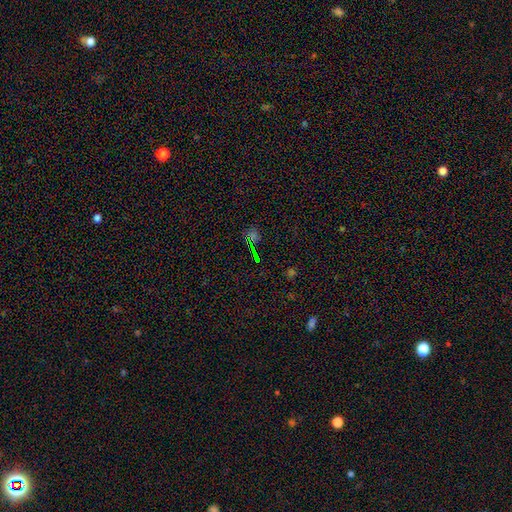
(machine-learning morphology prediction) A star or artifact, not a galaxy (70%).